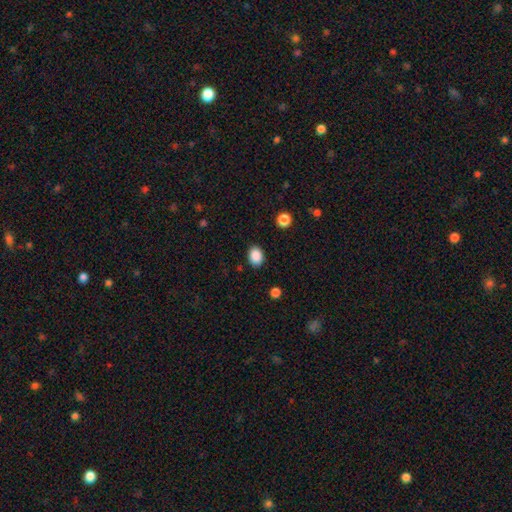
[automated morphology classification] smooth-or-featured: smooth: 88% | star or artifact: 9% | featured or disk: 3%
  how-rounded: in between: 61% | round: 39% | cigar-shaped: 1%
  merging: none: 87% | minor disturbance: 9% | major disturbance: 3% | merger: 1%